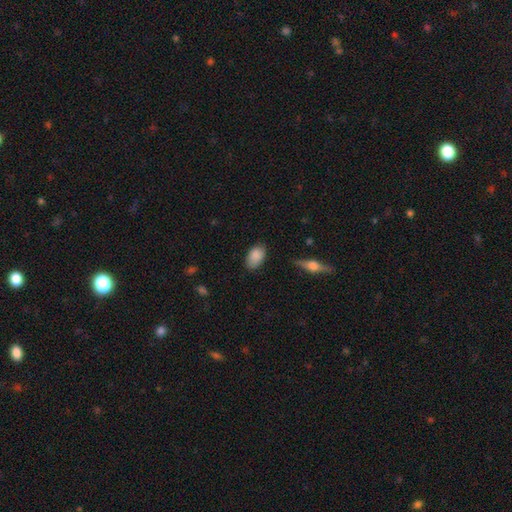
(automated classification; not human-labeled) A smooth galaxy with no disk features (87%) that is in between round and cigar-shaped (92%). Merging: none (78%).